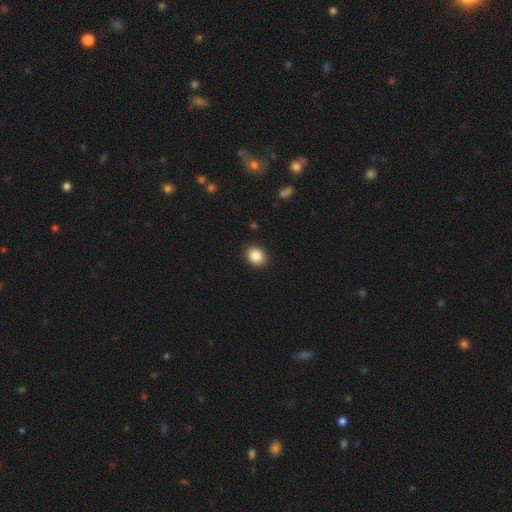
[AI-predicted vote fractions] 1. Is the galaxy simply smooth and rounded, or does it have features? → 87% smooth, 9% star or artifact, 4% featured or disk.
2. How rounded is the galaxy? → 54% round, 45% in between, 1% cigar-shaped.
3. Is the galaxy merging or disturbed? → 91% none, 6% minor disturbance, 2% major disturbance, 1% merger.